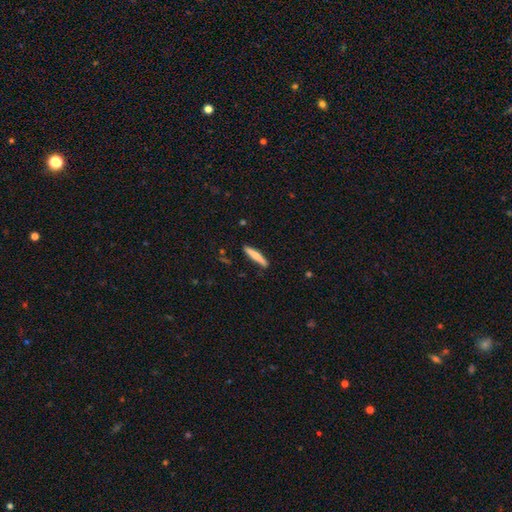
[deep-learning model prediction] Overall: smooth (60%; featured or disk 35%). How rounded: cigar-shaped (91%). Merging: none (86%).